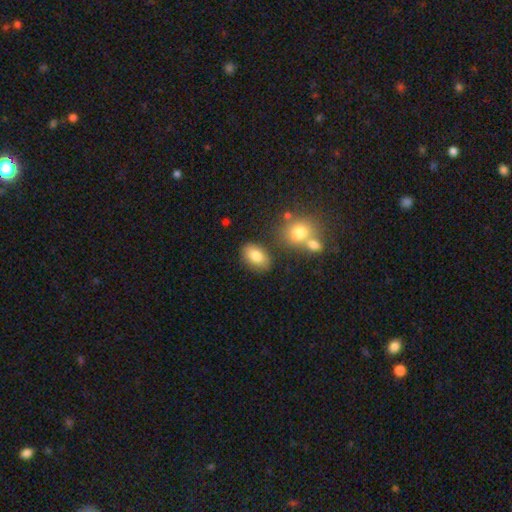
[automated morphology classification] A smooth galaxy with no disk features (82%) that is in between round and cigar-shaped (89%).

Vote fractions:
- Smooth or featured? smooth: 82% / featured or disk: 10% / star or artifact: 8%
- How rounded? in between: 89% / round: 9% / cigar-shaped: 2%
- Merging? none: 78% / minor disturbance: 12% / merger: 7% / major disturbance: 3%